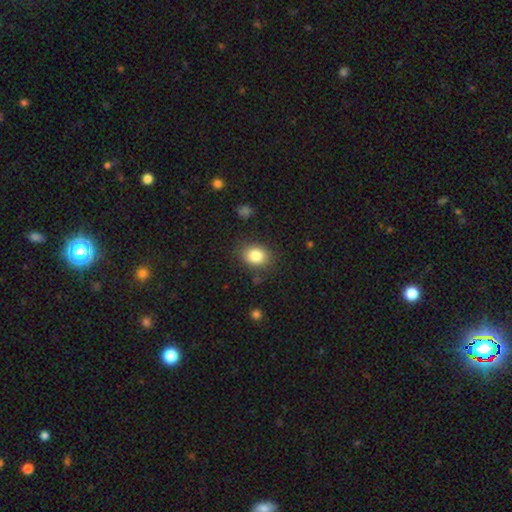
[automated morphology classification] A smooth galaxy with no disk features (83%) that is in between round and cigar-shaped (51%). Merging: none (83%).